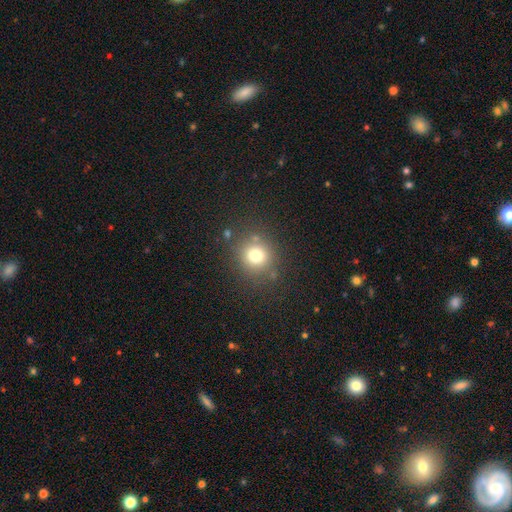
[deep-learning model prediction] Morphology: type=smooth (74%); roundness=round (89%); merging=none (81%).